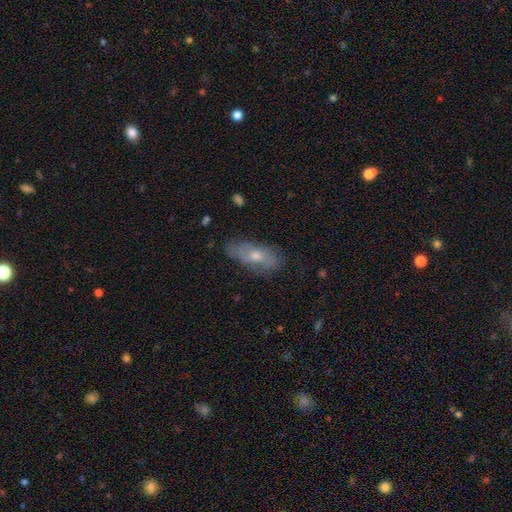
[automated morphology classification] Smooth or featured?
  - featured or disk: 47% *
  - smooth: 44%
  - star or artifact: 9%
Merging?
  - none: 71% *
  - minor disturbance: 22%
  - major disturbance: 6%
  - merger: 2%